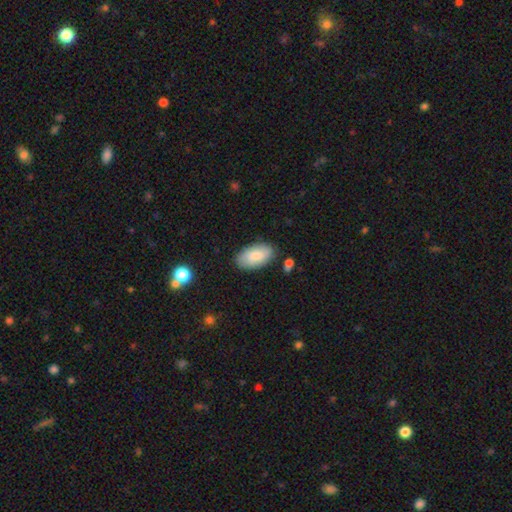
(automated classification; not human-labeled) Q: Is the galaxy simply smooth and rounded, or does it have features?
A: smooth — 79%.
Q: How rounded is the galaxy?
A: in between — 95%.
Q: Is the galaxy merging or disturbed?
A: none — 82%.